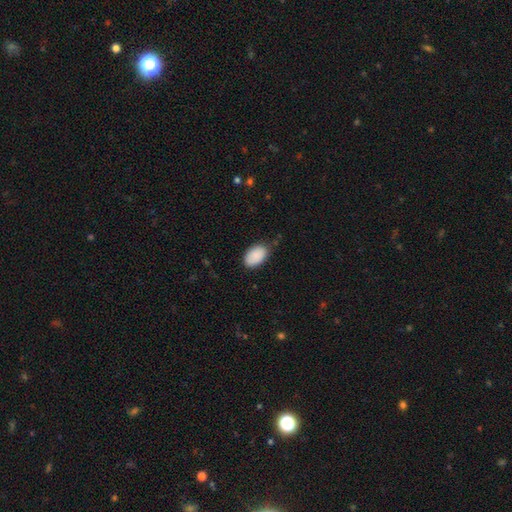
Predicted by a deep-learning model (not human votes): smooth_or_featured: smooth (p=0.90) [alt: star or artifact p=0.06]
how_rounded: in between (p=0.93) [alt: round p=0.05]
merging: none (p=0.75) [alt: minor disturbance p=0.20]